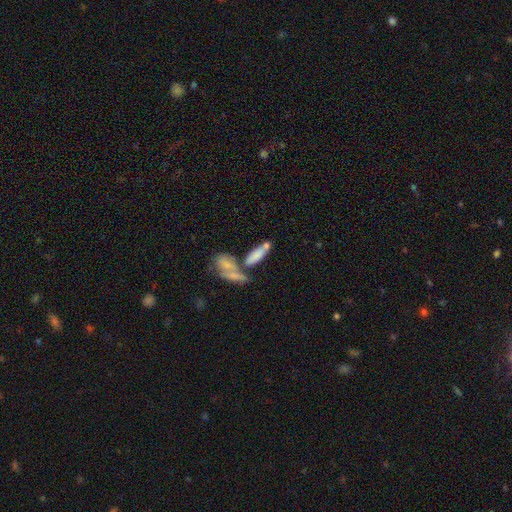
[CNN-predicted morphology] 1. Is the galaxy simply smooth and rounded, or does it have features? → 72% smooth, 21% featured or disk, 7% star or artifact.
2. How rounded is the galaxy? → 60% in between, 37% cigar-shaped, 3% round.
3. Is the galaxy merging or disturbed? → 50% merger, 32% none, 11% minor disturbance, 6% major disturbance.